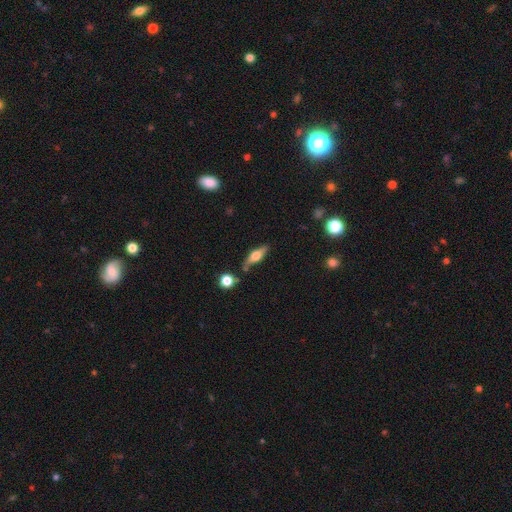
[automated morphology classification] smooth-or-featured: smooth: 47% | featured or disk: 46% | star or artifact: 8%
  merging: none: 73% | minor disturbance: 16% | merger: 7% | major disturbance: 4%